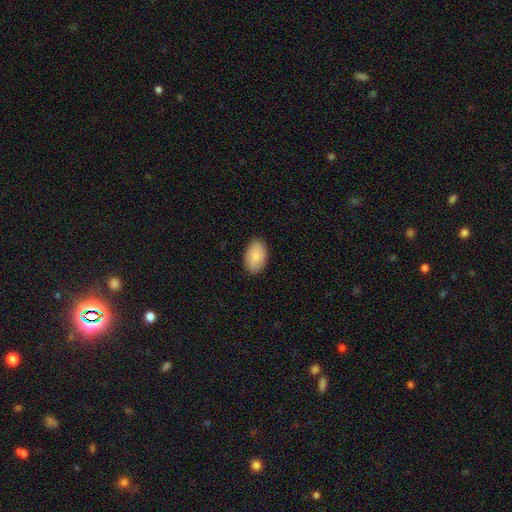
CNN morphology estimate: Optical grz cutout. It shows a smooth galaxy with no disk features (88%) that is in between round and cigar-shaped (93%). Merging: none (88%).